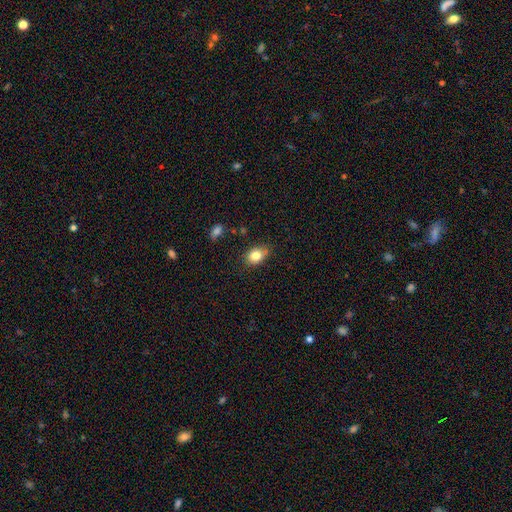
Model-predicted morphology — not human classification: type=smooth (82%); roundness=in between (72%); merging=none (72%).